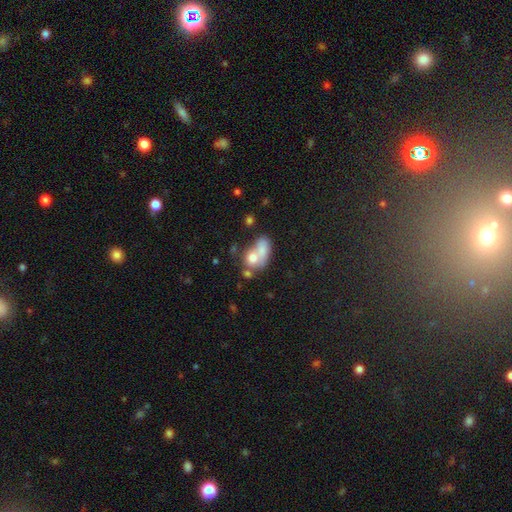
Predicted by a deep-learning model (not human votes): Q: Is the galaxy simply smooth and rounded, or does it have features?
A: smooth — 68%.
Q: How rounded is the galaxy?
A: in between — 65%.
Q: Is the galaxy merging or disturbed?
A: merger — 61%.